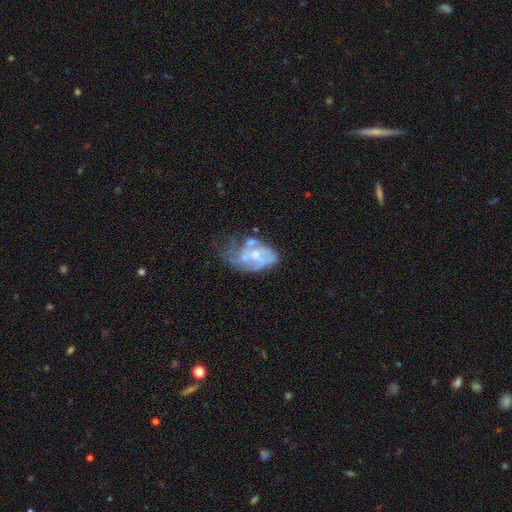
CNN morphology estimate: Smooth or featured? featured or disk (63%)
Edge-on disk? no (97%)
Bar? no (71%)
Spiral arms? no (61%)
Bulge size? small (40%)
Merging? major disturbance (33%)